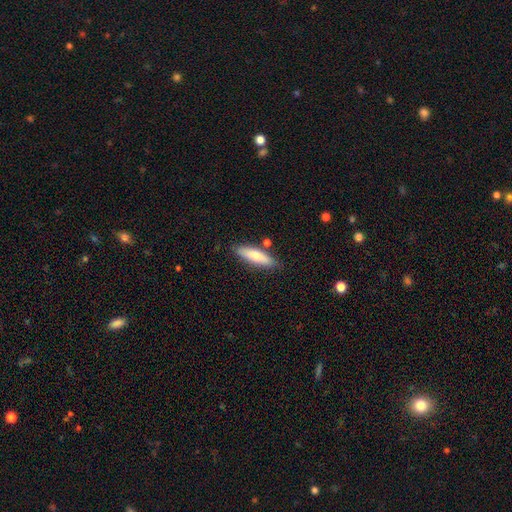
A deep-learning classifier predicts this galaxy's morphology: A smooth galaxy with no disk features (73%) that is cigar-shaped (65%). Merging: none (79%).